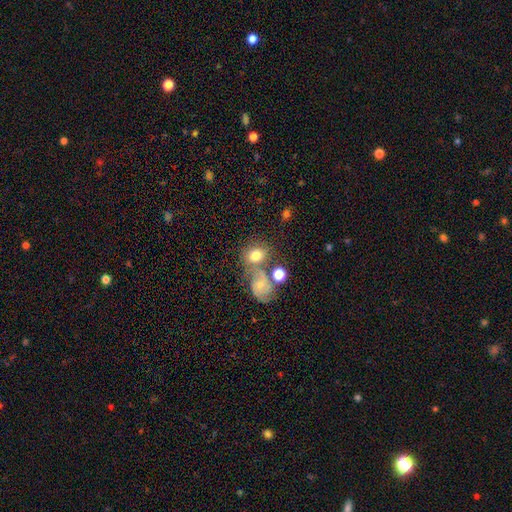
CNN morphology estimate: Smooth or featured?
  - smooth: 65% *
  - featured or disk: 24%
  - star or artifact: 11%
How rounded?
  - round: 60% *
  - in between: 39%
  - cigar-shaped: 1%
Merging?
  - none: 46% *
  - merger: 33%
  - minor disturbance: 14%
  - major disturbance: 7%